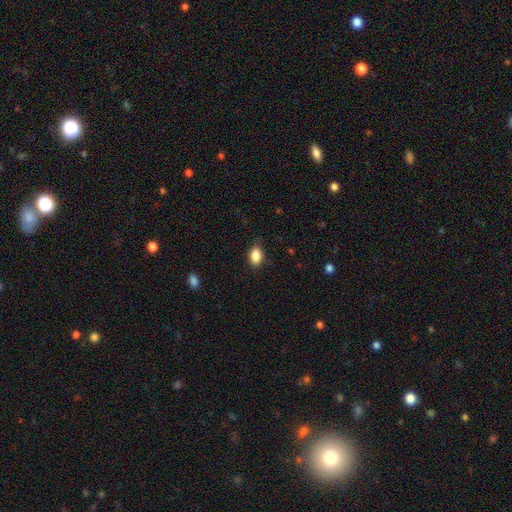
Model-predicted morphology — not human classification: A smooth galaxy with no disk features (87%) that is in between round and cigar-shaped (86%). Merging: none (80%).